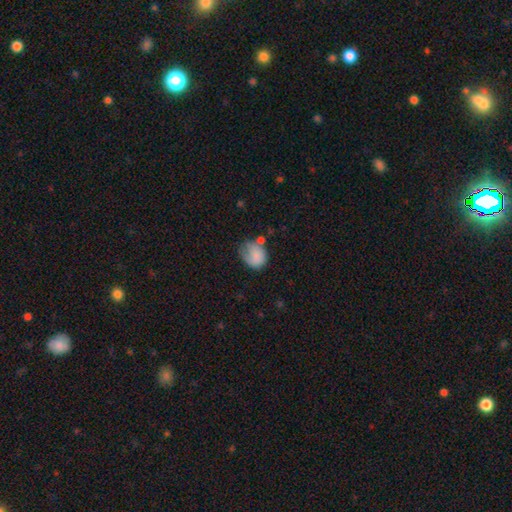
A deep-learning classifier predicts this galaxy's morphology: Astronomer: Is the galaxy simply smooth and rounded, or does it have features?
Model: smooth — 74%.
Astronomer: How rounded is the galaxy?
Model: round — 53% (runner-up: in between, 46%).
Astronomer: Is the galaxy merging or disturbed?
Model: none — 39% (runner-up: minor disturbance, 32%).